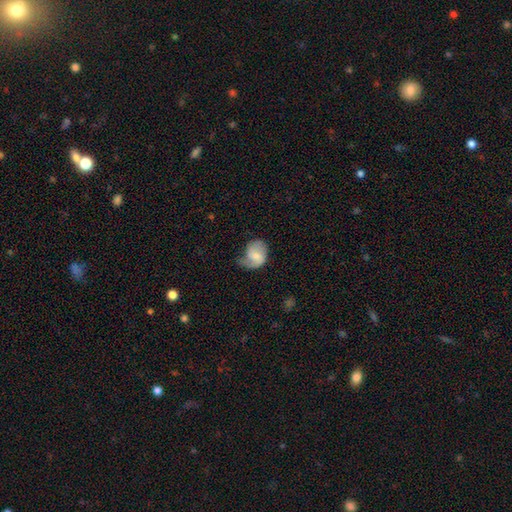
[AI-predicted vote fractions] A smooth galaxy with no disk features (50%). Merging: minor disturbance (37%).